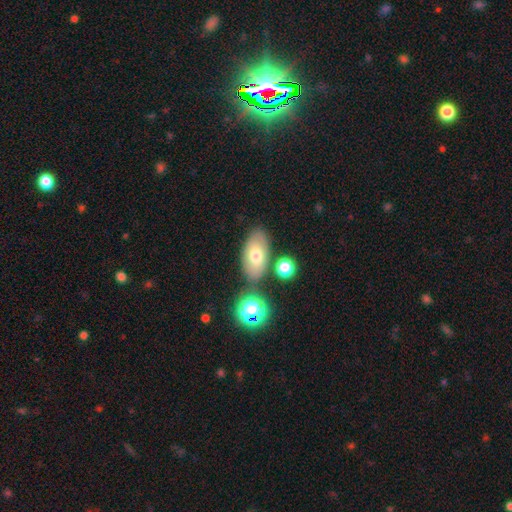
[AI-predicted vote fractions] A smooth galaxy with no disk features (69%) that is in between round and cigar-shaped (91%).

Vote fractions:
- Smooth or featured? smooth: 69% / featured or disk: 22% / star or artifact: 10%
- How rounded? in between: 91% / round: 6% / cigar-shaped: 3%
- Merging? none: 74% / minor disturbance: 13% / merger: 9% / major disturbance: 4%